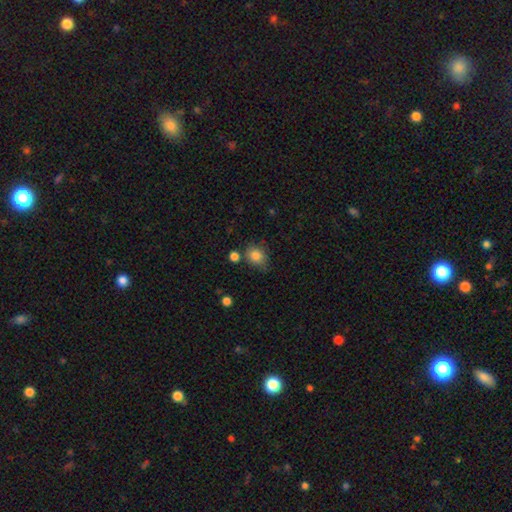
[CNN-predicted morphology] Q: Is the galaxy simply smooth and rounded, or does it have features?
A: smooth — 83%.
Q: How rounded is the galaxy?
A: round — 57%.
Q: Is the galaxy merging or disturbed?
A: none — 68%.